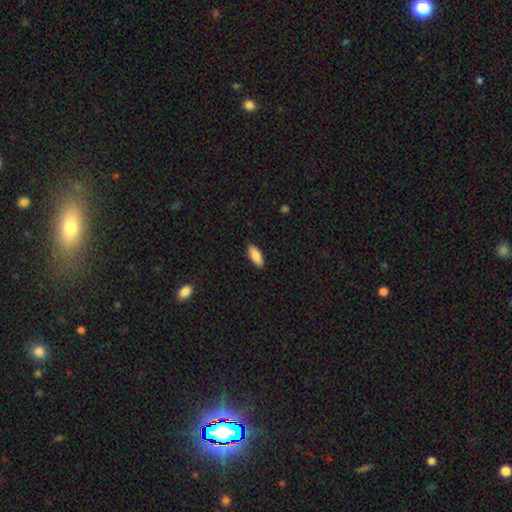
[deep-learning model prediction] Smooth or featured? smooth (87%)
How rounded? in between (75%)
Merging? none (88%)